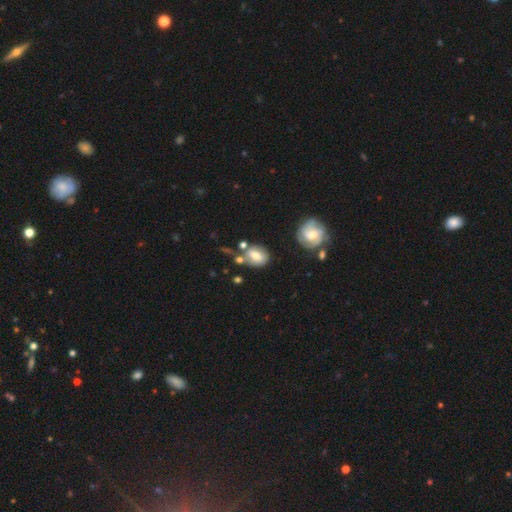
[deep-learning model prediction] A smooth galaxy with no disk features (69%) that is in between round and cigar-shaped (58%).

Vote fractions:
- Smooth or featured? smooth: 69% / featured or disk: 24% / star or artifact: 8%
- How rounded? in between: 58% / round: 41% / cigar-shaped: 2%
- Merging? none: 58% / minor disturbance: 19% / merger: 16% / major disturbance: 6%